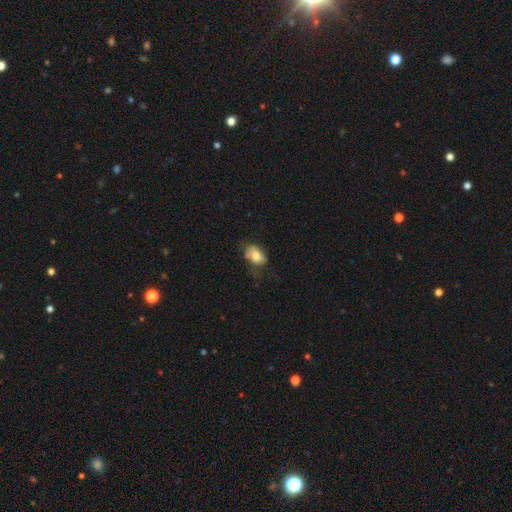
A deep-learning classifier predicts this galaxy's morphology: Smooth or featured?
  - smooth: 76% *
  - featured or disk: 16%
  - star or artifact: 8%
How rounded?
  - in between: 86% *
  - round: 13%
  - cigar-shaped: 1%
Merging?
  - none: 46% *
  - minor disturbance: 34%
  - major disturbance: 15%
  - merger: 5%